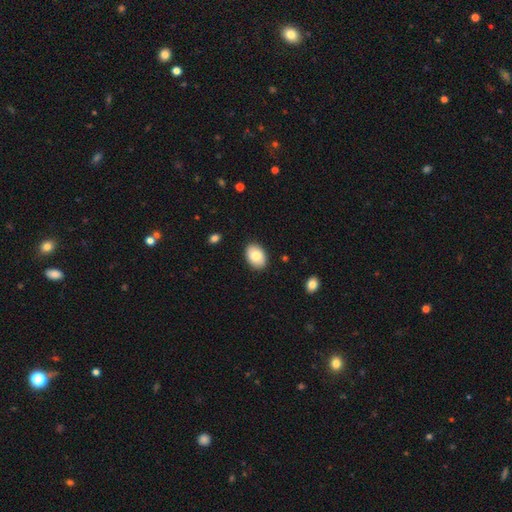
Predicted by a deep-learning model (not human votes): Smooth or featured? Predicted: smooth (p=0.81). How rounded? Predicted: in between (p=0.85). Merging? Predicted: none (p=0.87).